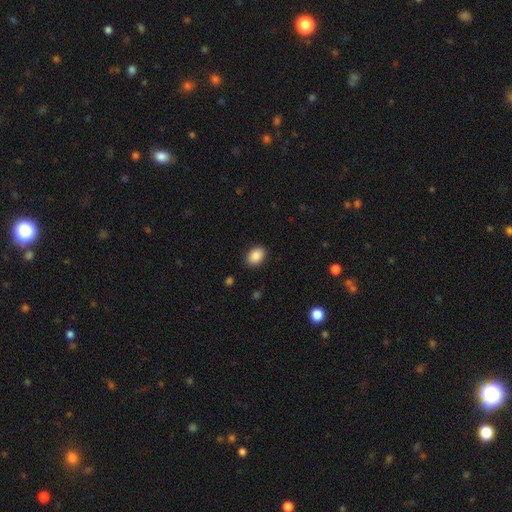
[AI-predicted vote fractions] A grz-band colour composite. It shows a smooth galaxy with no disk features (88%) that is in between round and cigar-shaped (73%). Merging: none (89%).